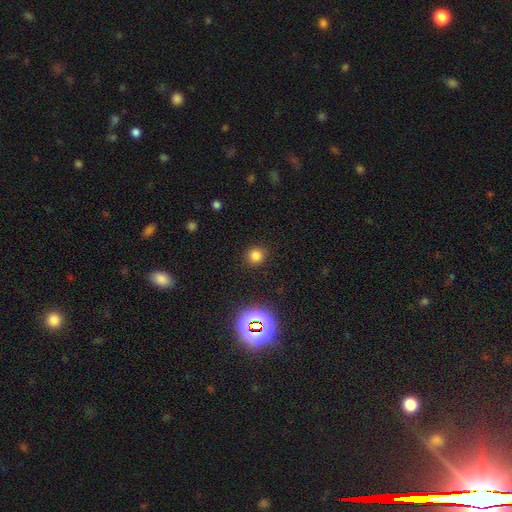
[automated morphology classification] smooth_or_featured: smooth (p=0.77) [alt: star or artifact p=0.18]
how_rounded: round (p=0.90) [alt: in between p=0.09]
merging: none (p=0.89) [alt: minor disturbance p=0.06]